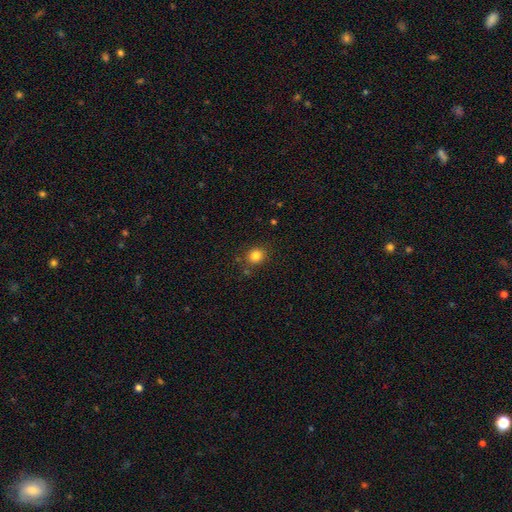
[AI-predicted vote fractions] smooth_or_featured: smooth (p=0.83) [alt: star or artifact p=0.12]
how_rounded: round (p=0.84) [alt: in between p=0.15]
merging: none (p=0.85) [alt: minor disturbance p=0.09]